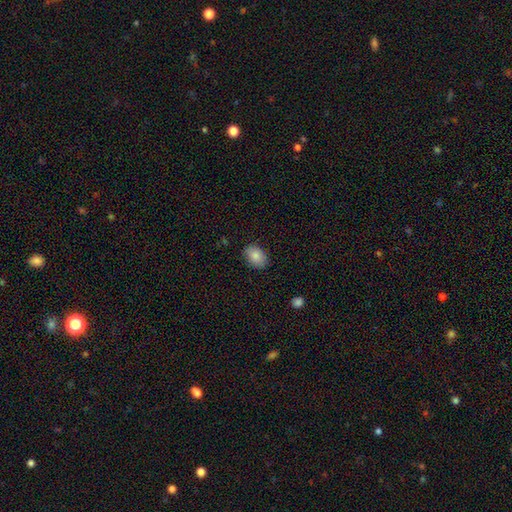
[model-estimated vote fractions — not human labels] Smooth or featured? smooth (85%)
How rounded? in between (81%)
Merging? none (85%)